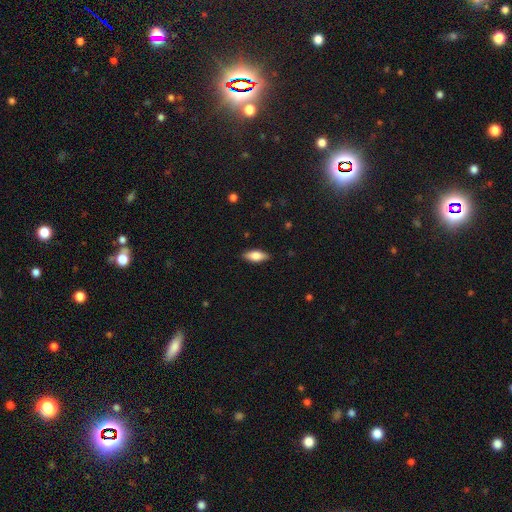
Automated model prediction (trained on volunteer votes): Q: Smooth or featured?
A: smooth (75%); runner-up: featured or disk (18%)
Q: How rounded?
A: in between (79%); runner-up: cigar-shaped (18%)
Q: Merging?
A: none (87%); runner-up: minor disturbance (10%)